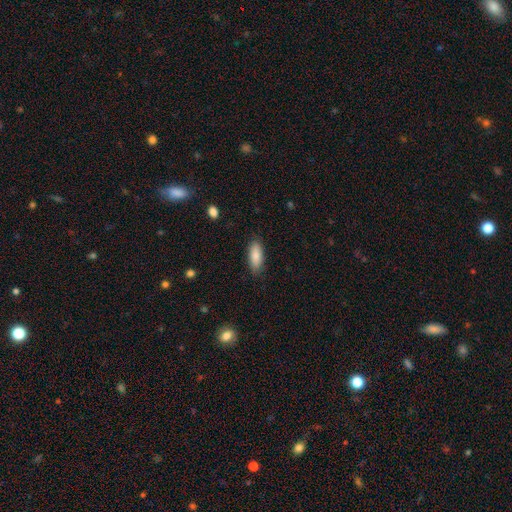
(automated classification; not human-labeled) Smooth or featured: smooth — 87% (featured or disk — 6%)
How rounded: in between — 77% (cigar-shaped — 21%)
Merging: none — 86% (minor disturbance — 11%)